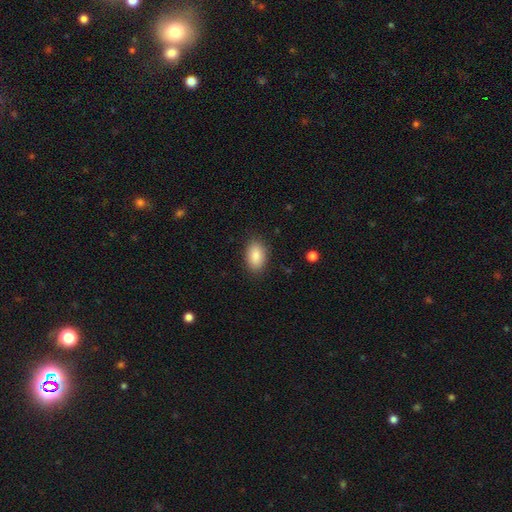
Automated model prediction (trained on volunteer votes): The model was most divided on "merging": none: 85%, minor disturbance: 11%, major disturbance: 3%, merger: 1%. More confident: how rounded — in between (91%); smooth or featured — smooth (87%).